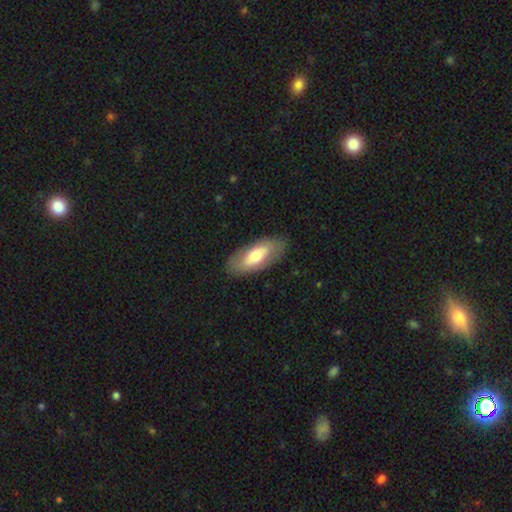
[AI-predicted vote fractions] Morphology: type=smooth (60%); roundness=in between (82%); merging=none (82%).